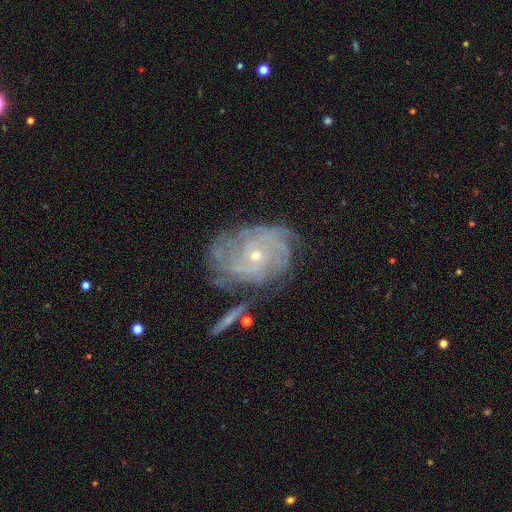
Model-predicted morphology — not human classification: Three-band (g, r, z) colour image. It shows a featured or disk galaxy (86%) with no bar (75%), tight (73%) spiral arms (95%) and a small central bulge (68%). Merging: none (66%).